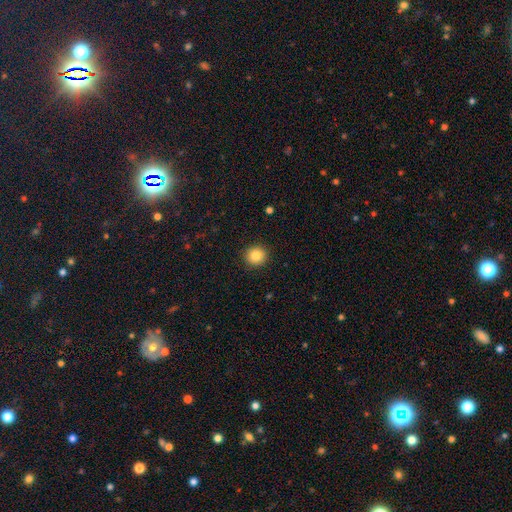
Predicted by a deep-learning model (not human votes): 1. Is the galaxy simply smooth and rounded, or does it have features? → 85% smooth, 10% star or artifact, 5% featured or disk.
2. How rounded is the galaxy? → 90% round, 9% in between, 1% cigar-shaped.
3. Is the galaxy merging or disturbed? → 91% none, 6% minor disturbance, 2% major disturbance, 1% merger.